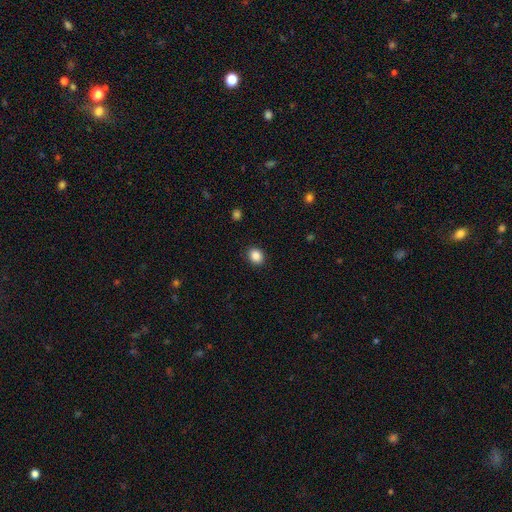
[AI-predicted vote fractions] A smooth galaxy with no disk features (87%) that is round (60%).

Vote fractions:
- Smooth or featured? smooth: 87% / star or artifact: 9% / featured or disk: 4%
- How rounded? round: 60% / in between: 40% / cigar-shaped: 1%
- Merging? none: 90% / minor disturbance: 7% / major disturbance: 2% / merger: 1%